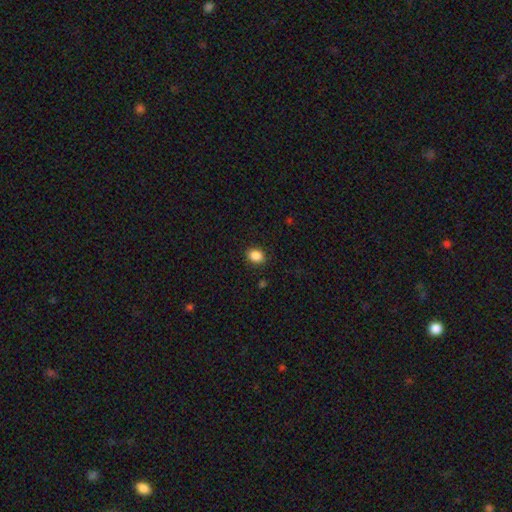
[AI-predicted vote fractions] smooth-or-featured: smooth: 88% | star or artifact: 9% | featured or disk: 3%
  how-rounded: in between: 56% | round: 43% | cigar-shaped: 1%
  merging: none: 89% | minor disturbance: 8% | major disturbance: 2% | merger: 1%